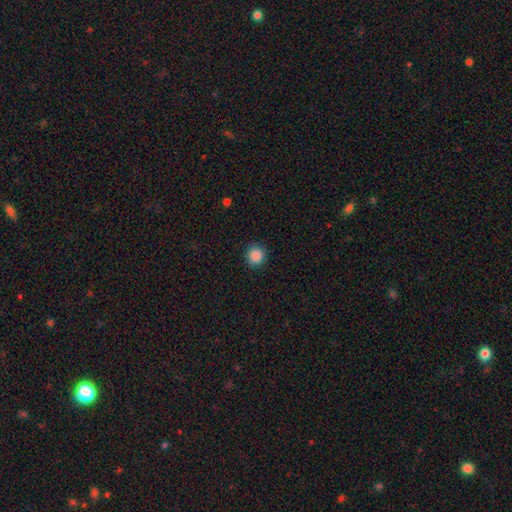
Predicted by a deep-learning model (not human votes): A smooth galaxy with no disk features (87%) that is round (89%). Merging: none (90%).